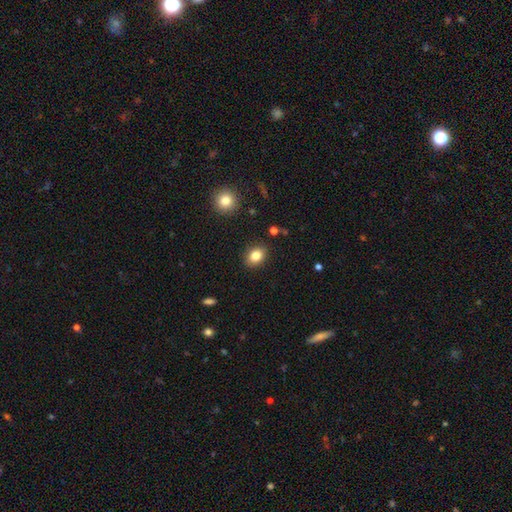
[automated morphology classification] smooth-or-featured: smooth: 84% | star or artifact: 9% | featured or disk: 7%
  how-rounded: in between: 66% | round: 33% | cigar-shaped: 1%
  merging: none: 88% | minor disturbance: 8% | major disturbance: 2% | merger: 1%